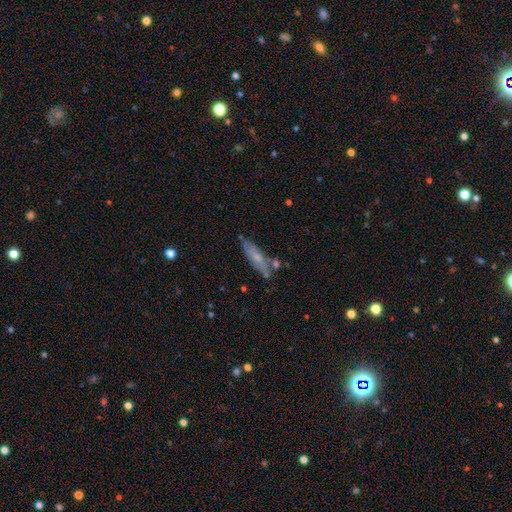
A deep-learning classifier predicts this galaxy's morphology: Overall: smooth (60%; featured or disk 34%). How rounded: cigar-shaped (67%; in between 31%). Merging: none (69%).